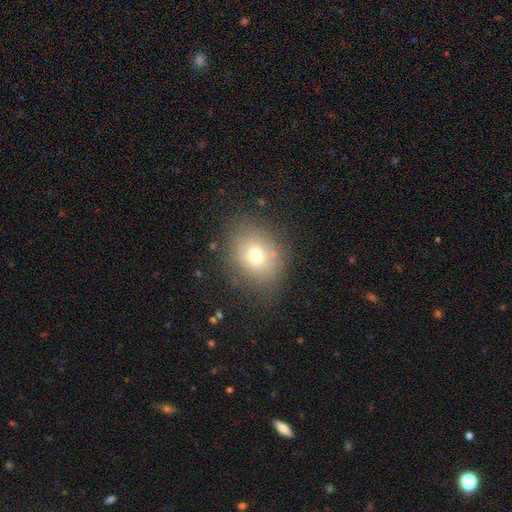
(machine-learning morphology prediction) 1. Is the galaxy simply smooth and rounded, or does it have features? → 69% smooth, 16% star or artifact, 15% featured or disk.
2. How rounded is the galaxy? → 59% round, 40% in between, 1% cigar-shaped.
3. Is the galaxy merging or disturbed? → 80% none, 13% minor disturbance, 6% major disturbance, 2% merger.